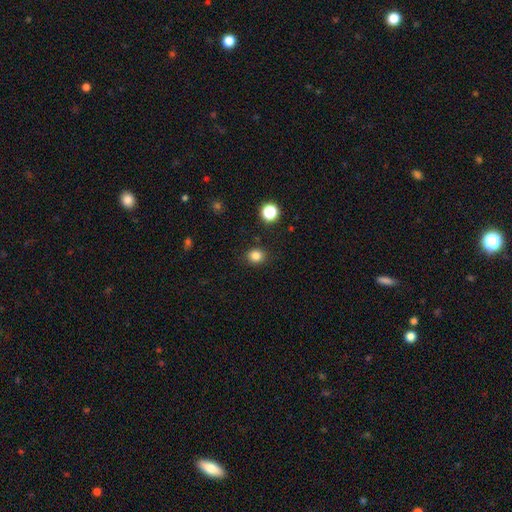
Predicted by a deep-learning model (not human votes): smooth-or-featured: smooth: 83% | star or artifact: 13% | featured or disk: 4%
  how-rounded: round: 78% | in between: 21% | cigar-shaped: 1%
  merging: none: 89% | minor disturbance: 7% | major disturbance: 2% | merger: 2%